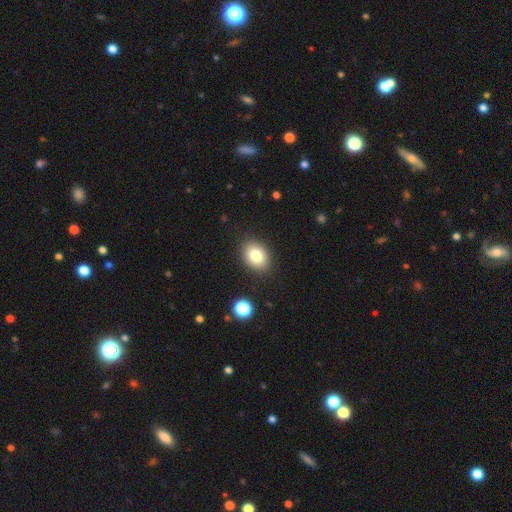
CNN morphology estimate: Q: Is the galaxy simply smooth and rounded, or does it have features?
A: smooth — 81%.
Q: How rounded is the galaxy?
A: in between — 69%.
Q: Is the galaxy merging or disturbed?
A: none — 87%.